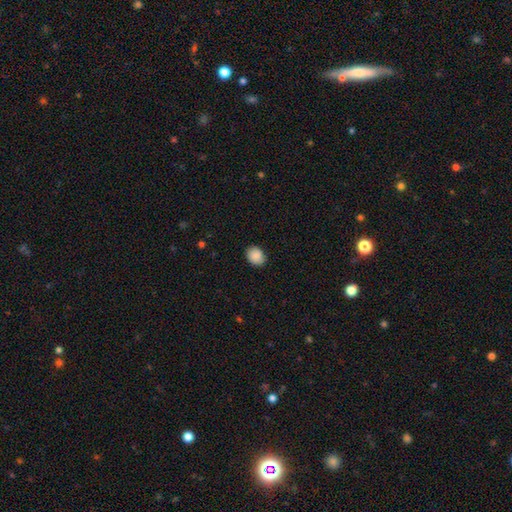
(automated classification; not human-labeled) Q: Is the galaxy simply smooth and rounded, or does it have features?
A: smooth — 89%.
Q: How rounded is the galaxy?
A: in between — 50%.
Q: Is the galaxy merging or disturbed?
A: none — 86%.